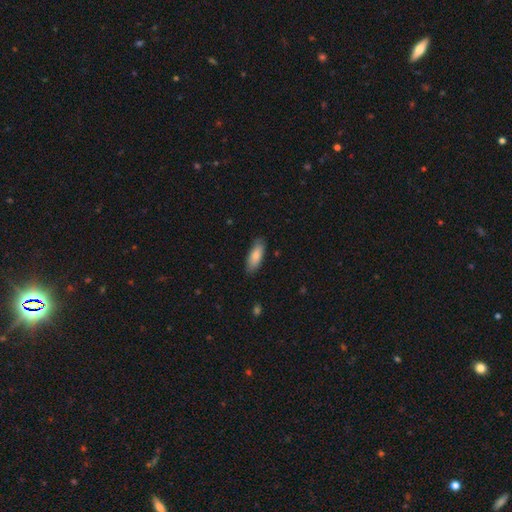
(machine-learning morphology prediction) Overall: smooth (82%). How rounded: in between (69%). Merging: none (82%).